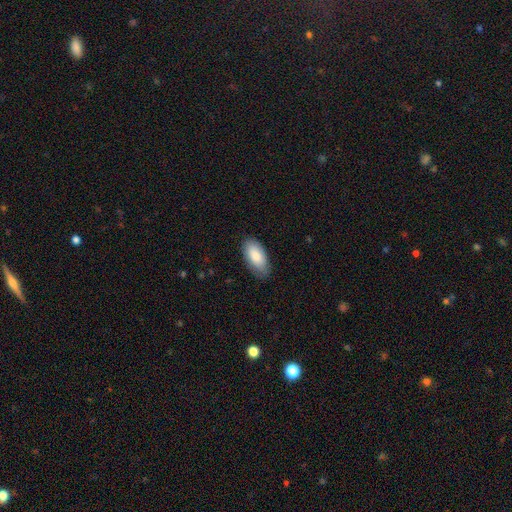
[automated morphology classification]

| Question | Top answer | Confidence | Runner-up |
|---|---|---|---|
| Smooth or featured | smooth | 84% | featured or disk (10%) |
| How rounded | in between | 93% | cigar-shaped (4%) |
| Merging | none | 79% | minor disturbance (17%) |